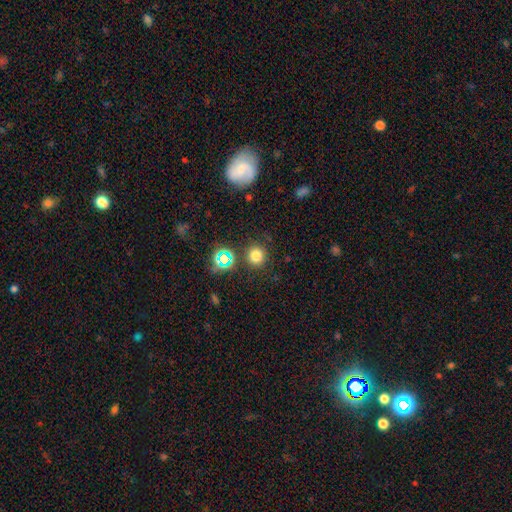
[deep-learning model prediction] Q: Smooth or featured?
A: smooth (72%); runner-up: star or artifact (21%)
Q: How rounded?
A: round (91%); runner-up: in between (8%)
Q: Merging?
A: none (84%); runner-up: minor disturbance (8%)